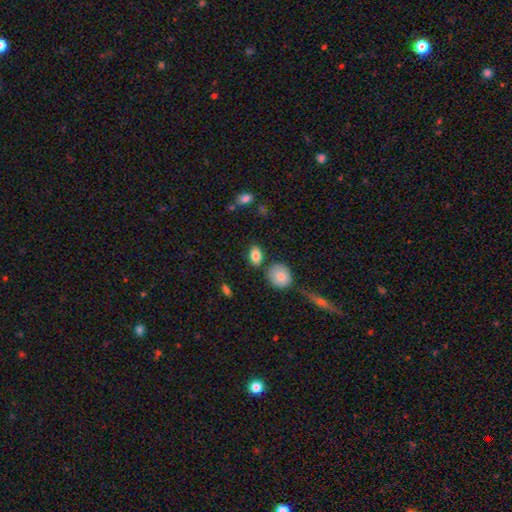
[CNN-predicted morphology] Q: Smooth or featured?
A: smooth (83%); runner-up: featured or disk (9%)
Q: How rounded?
A: in between (85%); runner-up: round (12%)
Q: Merging?
A: none (77%); runner-up: minor disturbance (13%)